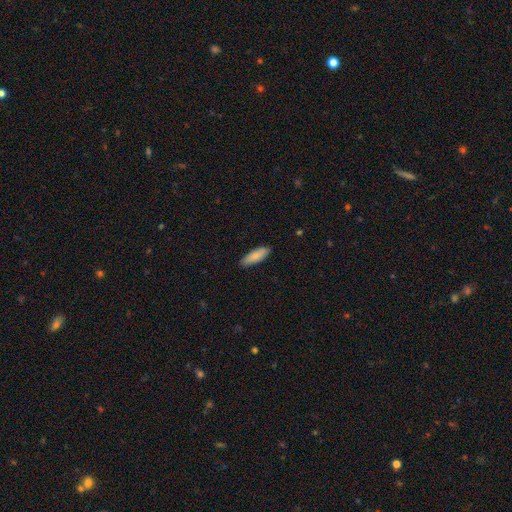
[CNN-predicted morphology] type=smooth (85%); roundness=in between (57%); merging=none (88%).